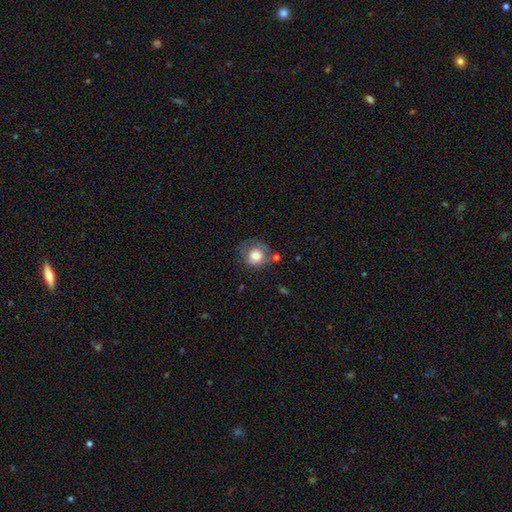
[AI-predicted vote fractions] Morphology: type=smooth (74%); roundness=round (80%); merging=none (52%).